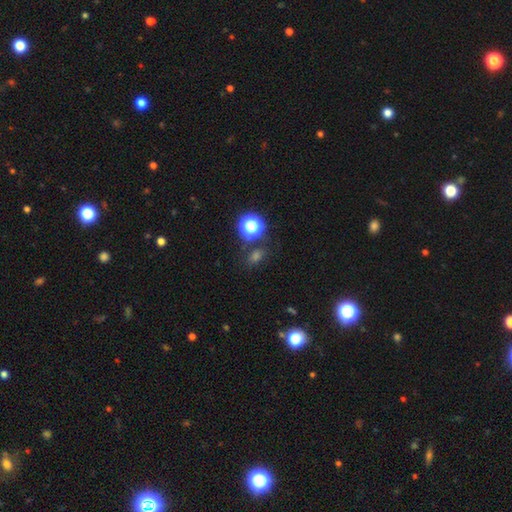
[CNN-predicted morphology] Smooth or featured? Predicted: smooth (p=0.52). How rounded? Predicted: round (p=0.50). Merging? Predicted: none (p=0.77).